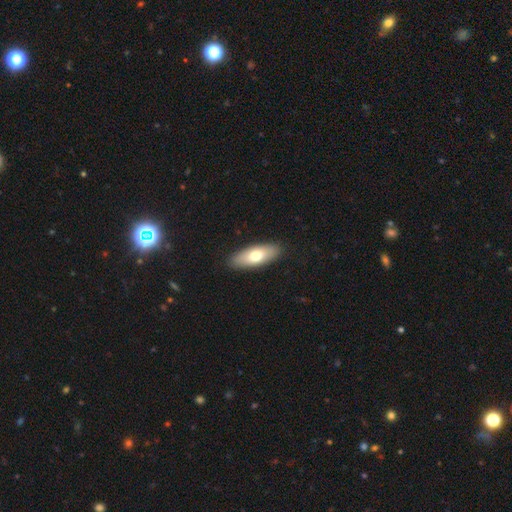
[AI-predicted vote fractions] The model was most divided on "smooth or featured": smooth: 70%, featured or disk: 25%, star or artifact: 6%. More confident: merging — none (89%); how rounded — in between (75%).